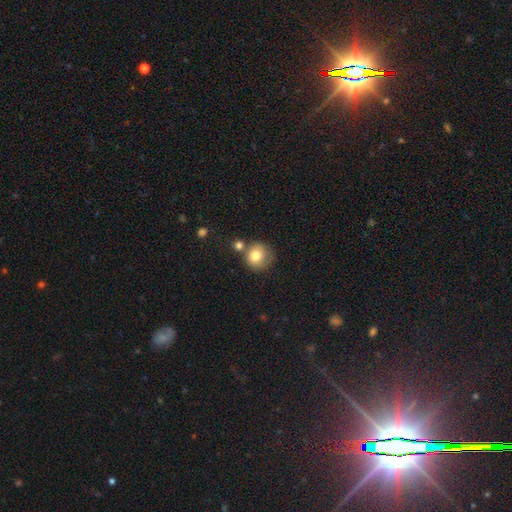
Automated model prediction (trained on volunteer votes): Morphology: type=smooth (79%); roundness=round (89%); merging=none (62%).